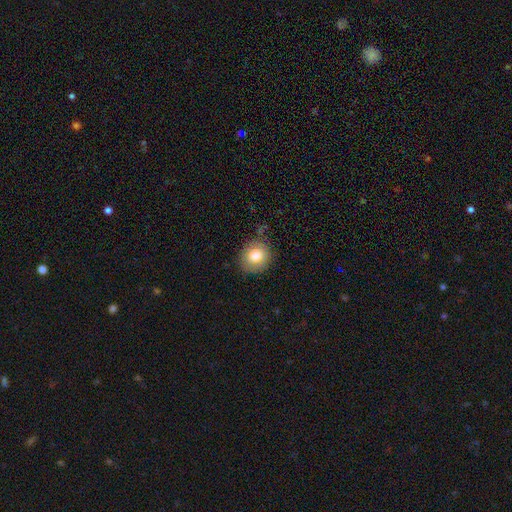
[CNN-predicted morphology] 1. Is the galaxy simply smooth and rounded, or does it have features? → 82% smooth, 9% featured or disk, 9% star or artifact.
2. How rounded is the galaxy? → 79% round, 20% in between, 1% cigar-shaped.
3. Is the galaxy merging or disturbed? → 80% none, 14% minor disturbance, 4% major disturbance, 2% merger.